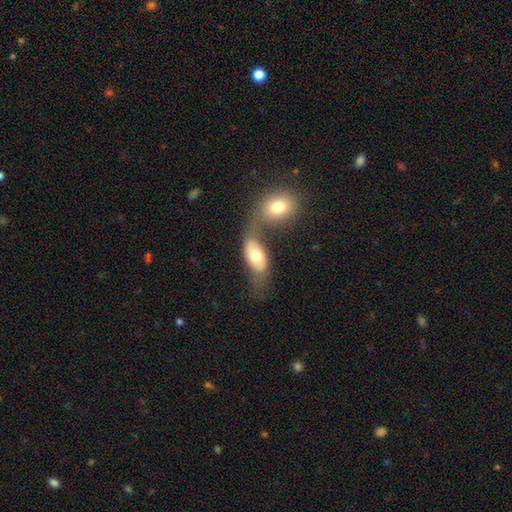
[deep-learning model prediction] Smooth or featured: smooth — 66% (featured or disk — 28%)
How rounded: in between — 86% (round — 9%)
Merging: merger — 56% (none — 26%)